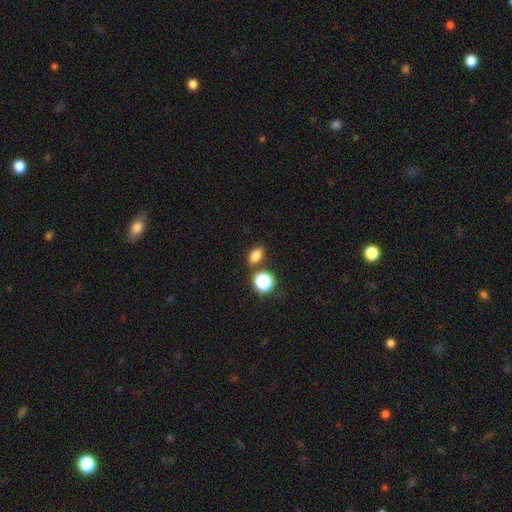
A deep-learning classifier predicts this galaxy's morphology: type=smooth (79%); roundness=in between (77%); merging=none (79%).